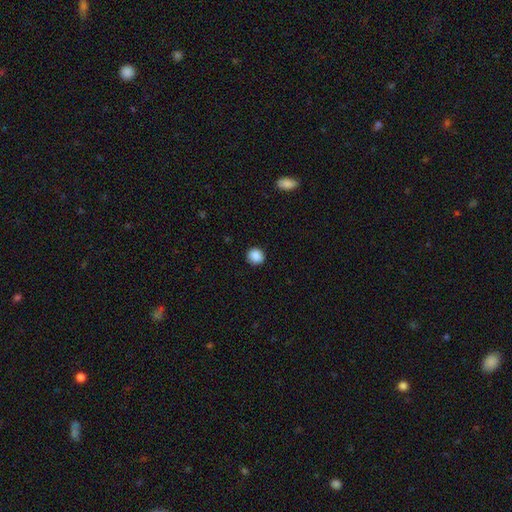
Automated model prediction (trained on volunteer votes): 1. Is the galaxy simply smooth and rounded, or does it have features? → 88% smooth, 9% star or artifact, 3% featured or disk.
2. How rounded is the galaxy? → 88% round, 11% in between, 1% cigar-shaped.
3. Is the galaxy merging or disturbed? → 89% none, 8% minor disturbance, 2% major disturbance, 1% merger.